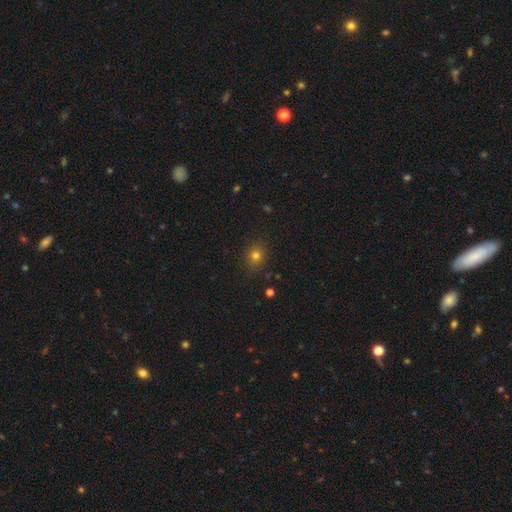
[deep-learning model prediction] This is likely a smooth galaxy (76%). How rounded: likely round (72%). Merging: clearly none (87%).